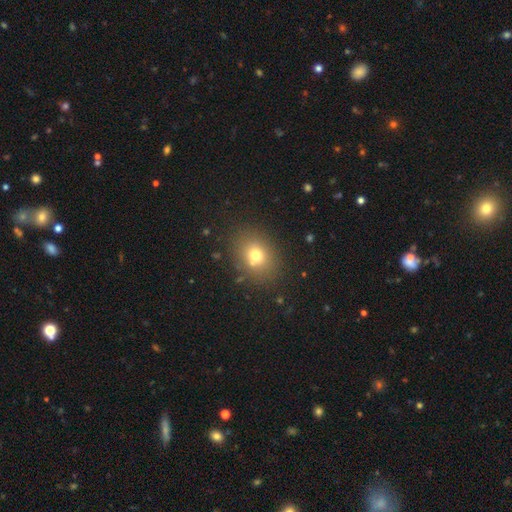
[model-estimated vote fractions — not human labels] Q: Smooth or featured?
A: smooth (70%); runner-up: star or artifact (16%)
Q: How rounded?
A: round (57%); runner-up: in between (42%)
Q: Merging?
A: none (76%); runner-up: minor disturbance (11%)